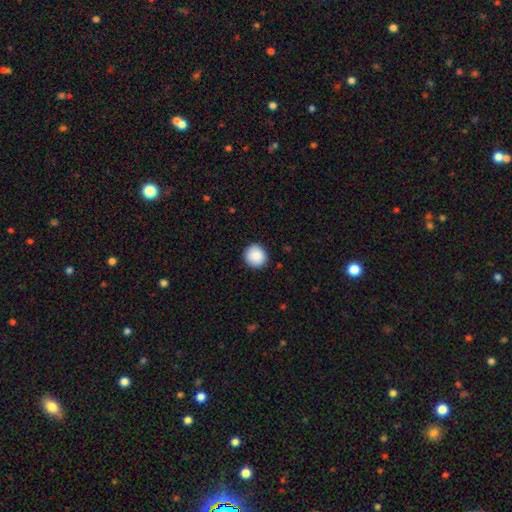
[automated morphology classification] Smooth or featured? smooth (89%)
How rounded? round (92%)
Merging? none (91%)